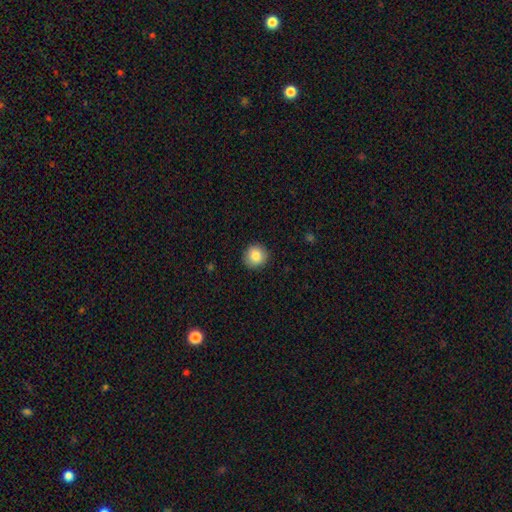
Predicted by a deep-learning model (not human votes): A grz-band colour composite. It shows a smooth galaxy with no disk features (85%) that is round (93%). Merging: none (91%).